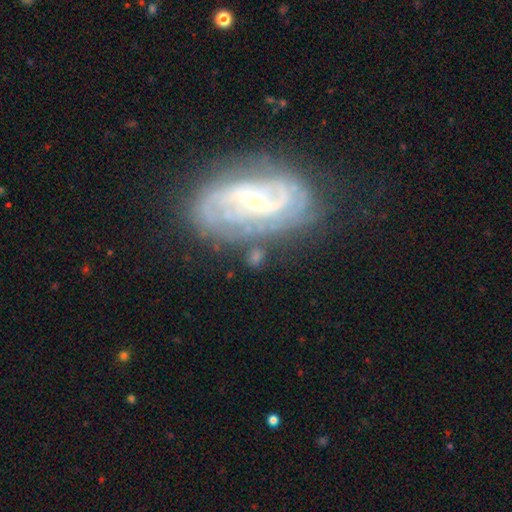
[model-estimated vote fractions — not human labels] The model was most divided on "bar": weak: 43%, strong: 29%, no: 28%. Remaining: edge-on disk — no (96%); spiral arms — yes (89%); smooth or featured — featured or disk (79%); bulge size — small (74%); spiral arm count — 2 (65%); merging — none (59%); spiral winding — medium (45%).